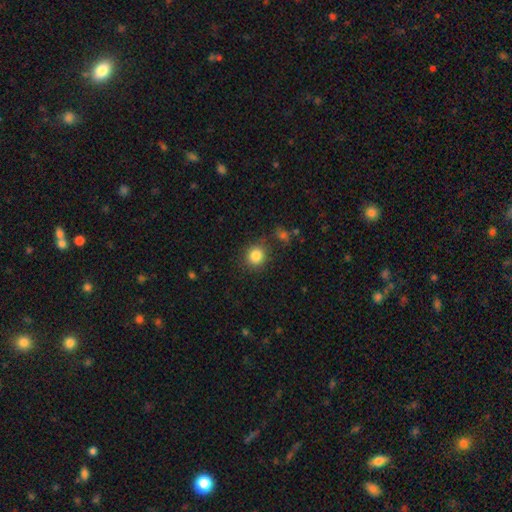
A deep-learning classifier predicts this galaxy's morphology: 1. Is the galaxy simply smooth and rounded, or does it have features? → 84% smooth, 11% star or artifact, 5% featured or disk.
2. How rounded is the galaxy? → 87% round, 12% in between, 1% cigar-shaped.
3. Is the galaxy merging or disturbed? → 85% none, 9% minor disturbance, 3% major disturbance, 3% merger.